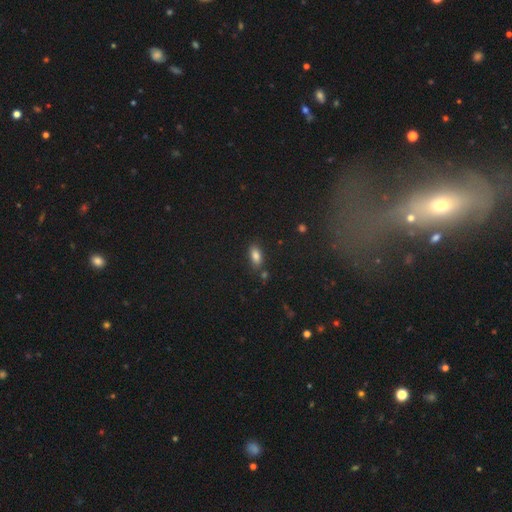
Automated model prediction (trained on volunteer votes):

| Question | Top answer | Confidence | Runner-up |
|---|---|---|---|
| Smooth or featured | smooth | 82% | star or artifact (12%) |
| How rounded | in between | 88% | cigar-shaped (6%) |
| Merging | none | 76% | minor disturbance (14%) |